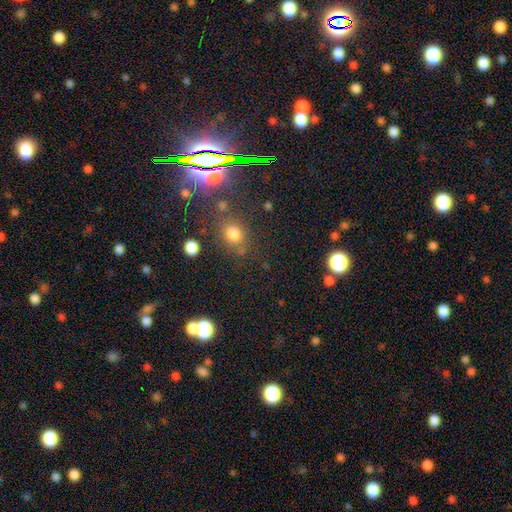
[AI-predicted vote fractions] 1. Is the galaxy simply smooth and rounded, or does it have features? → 61% star or artifact, 30% smooth, 9% featured or disk.